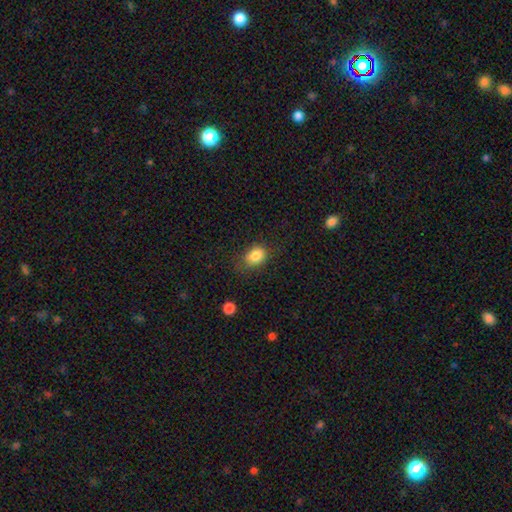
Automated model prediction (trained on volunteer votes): A smooth galaxy with no disk features (84%) that is in between round and cigar-shaped (72%).

Vote fractions:
- Smooth or featured? smooth: 84% / star or artifact: 9% / featured or disk: 7%
- How rounded? in between: 72% / round: 27% / cigar-shaped: 1%
- Merging? none: 69% / minor disturbance: 22% / major disturbance: 7% / merger: 2%